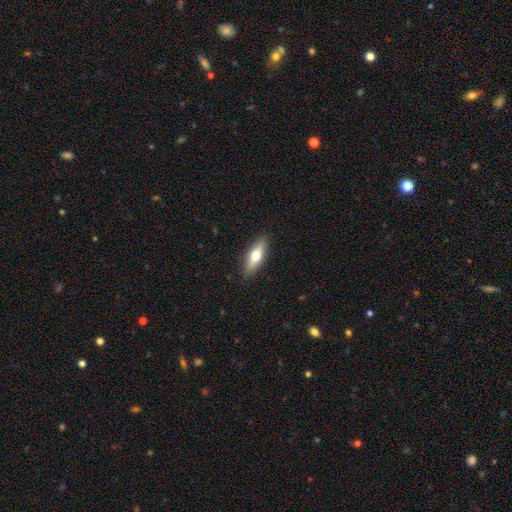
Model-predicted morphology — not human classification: smooth-or-featured: smooth: 59% | featured or disk: 35% | star or artifact: 6%
  how-rounded: in between: 51% | cigar-shaped: 46% | round: 3%
  merging: none: 89% | minor disturbance: 8% | major disturbance: 2% | merger: 1%